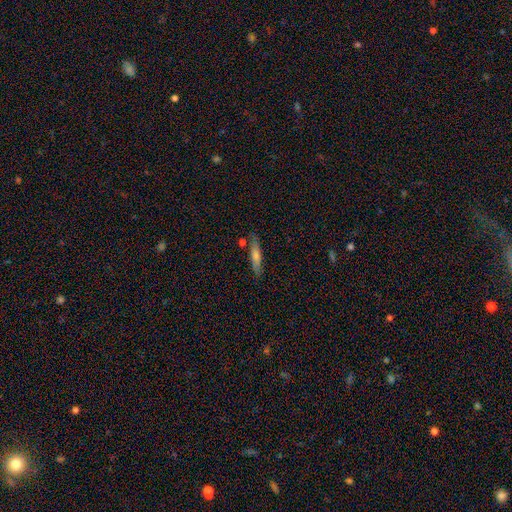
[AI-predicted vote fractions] Q: Smooth or featured?
A: featured or disk (54%); runner-up: smooth (37%)
Q: Edge-on disk?
A: yes (92%); runner-up: no (8%)
Q: Merging?
A: none (85%); runner-up: minor disturbance (10%)